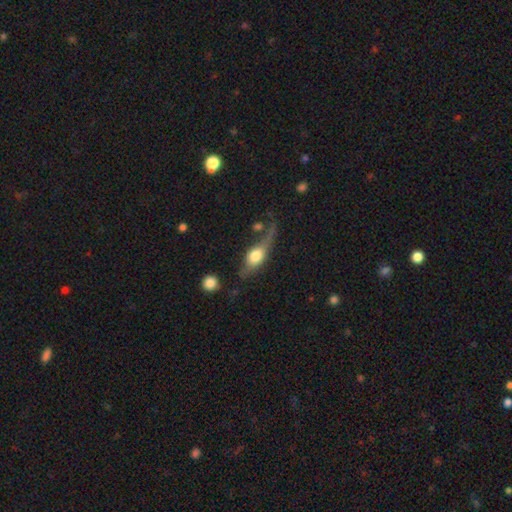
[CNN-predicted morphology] Smooth or featured?
  - smooth: 50% *
  - featured or disk: 43%
  - star or artifact: 7%
Merging?
  - none: 42% *
  - major disturbance: 24%
  - minor disturbance: 23%
  - merger: 10%